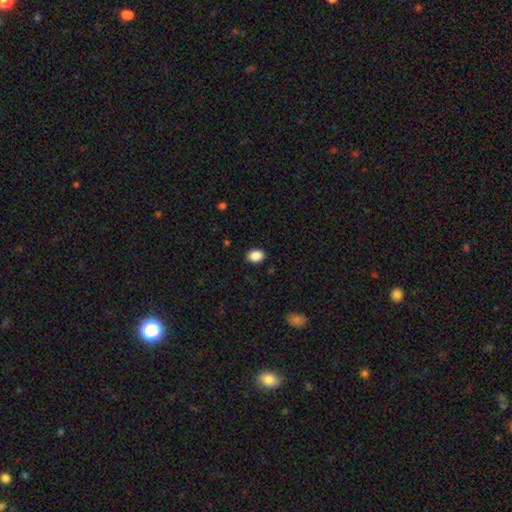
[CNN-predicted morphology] This is clearly a smooth galaxy (89%). How rounded: likely in between (65%). Merging: clearly none (89%).